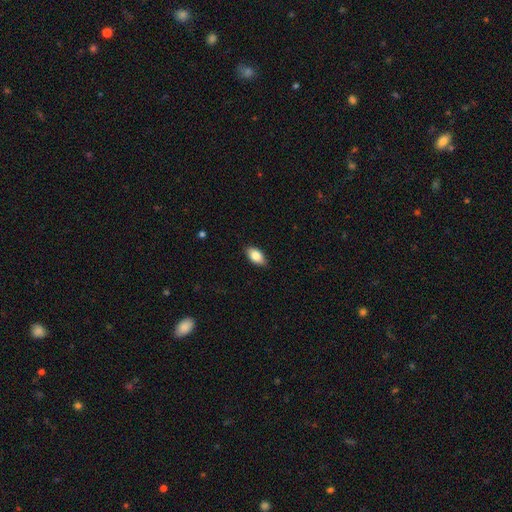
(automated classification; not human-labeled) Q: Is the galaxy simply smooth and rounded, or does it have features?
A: smooth — 84%.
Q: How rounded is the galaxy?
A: in between — 92%.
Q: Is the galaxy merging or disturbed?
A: none — 87%.